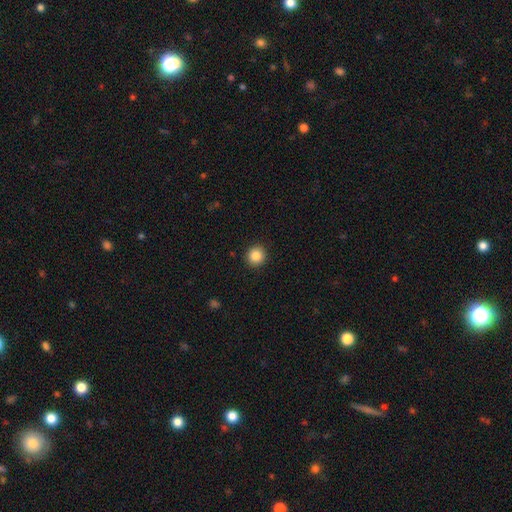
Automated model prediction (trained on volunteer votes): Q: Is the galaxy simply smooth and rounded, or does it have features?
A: smooth — 86%.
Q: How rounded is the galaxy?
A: round — 93%.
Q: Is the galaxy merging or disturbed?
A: none — 93%.